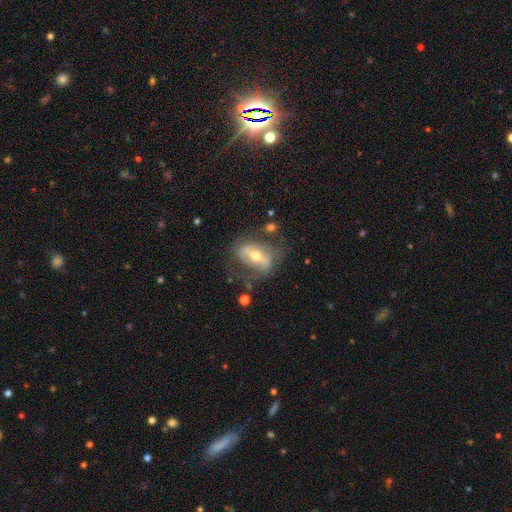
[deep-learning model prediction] Smooth or featured? Predicted: featured or disk (p=0.68). Edge-on disk? Predicted: no (p=0.87). Bar? Predicted: strong (p=0.55). Spiral arms? Predicted: yes (p=0.53). Bulge size? Predicted: moderate (p=0.65). Merging? Predicted: none (p=0.56).